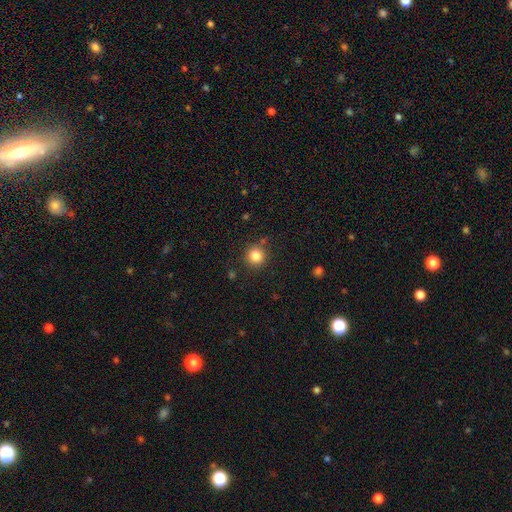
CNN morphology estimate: This is clearly a smooth galaxy (83%). How rounded: clearly round (93%). Merging: clearly none (86%).